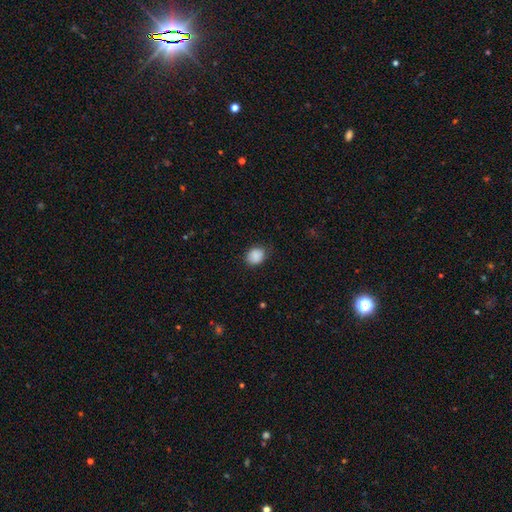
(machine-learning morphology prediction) This appears to be a smooth galaxy with no disk features (89%) that is round (54%). Merging: none (80%).